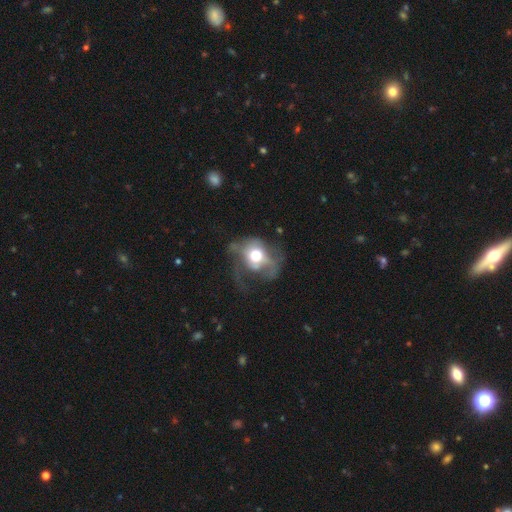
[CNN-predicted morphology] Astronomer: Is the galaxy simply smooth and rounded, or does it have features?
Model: featured or disk — 47% (runner-up: smooth, 43%).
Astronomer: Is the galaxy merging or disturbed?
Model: major disturbance — 52%.